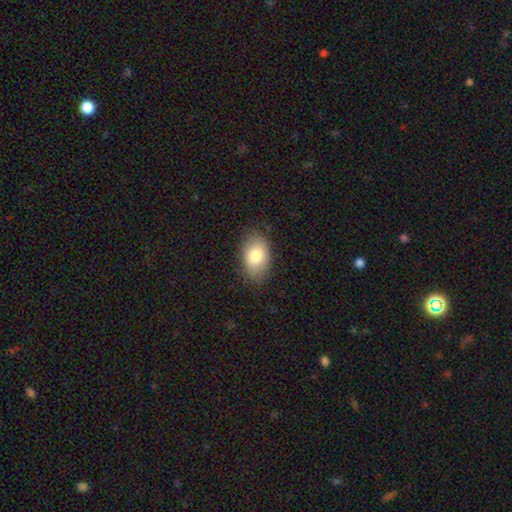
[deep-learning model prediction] Smooth or featured? Predicted: smooth (p=0.79). How rounded? Predicted: in between (p=0.86). Merging? Predicted: none (p=0.82).